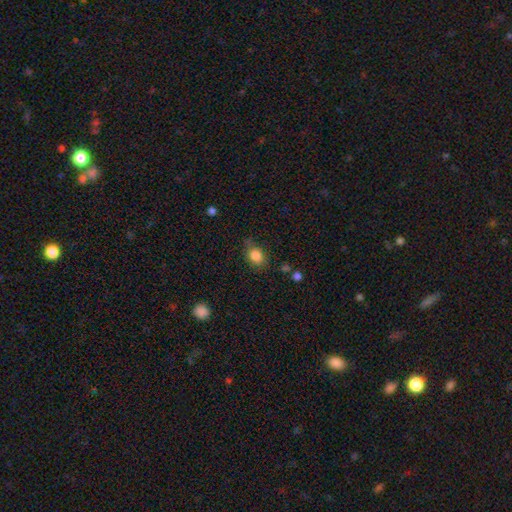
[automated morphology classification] Smooth or featured? Predicted: smooth (p=0.85). How rounded? Predicted: in between (p=0.56). Merging? Predicted: none (p=0.71).